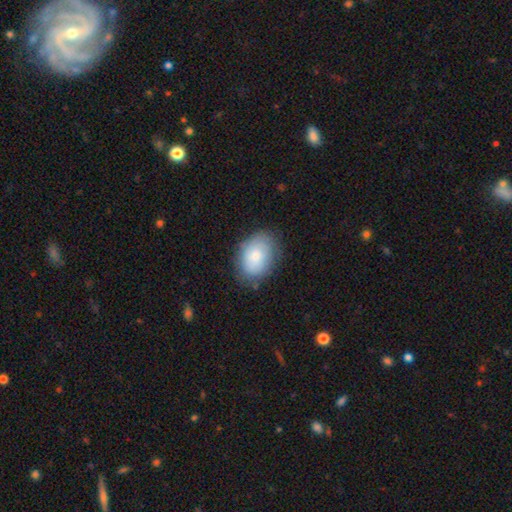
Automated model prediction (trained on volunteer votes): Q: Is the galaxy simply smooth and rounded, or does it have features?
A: smooth — 72%.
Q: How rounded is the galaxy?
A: in between — 75%.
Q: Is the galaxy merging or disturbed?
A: none — 75%.